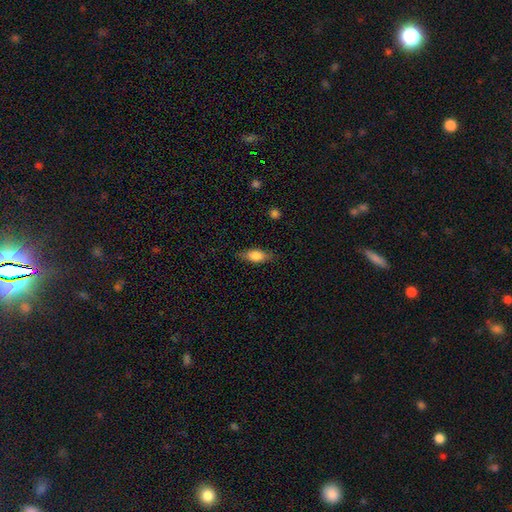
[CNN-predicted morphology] Q: Smooth or featured?
A: smooth (77%); runner-up: featured or disk (16%)
Q: How rounded?
A: in between (76%); runner-up: cigar-shaped (20%)
Q: Merging?
A: none (81%); runner-up: minor disturbance (14%)